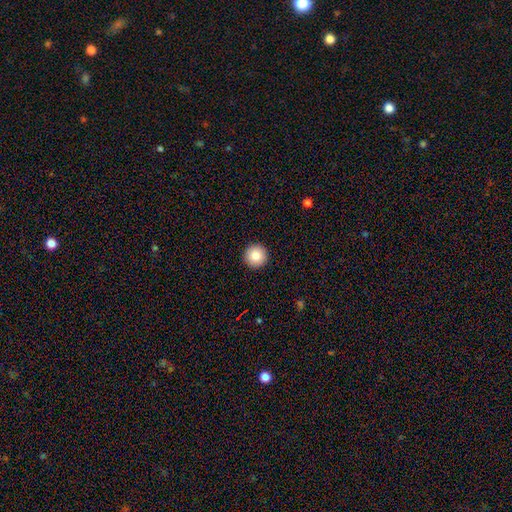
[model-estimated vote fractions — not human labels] This appears to be a smooth galaxy with no disk features (85%) that is round (97%). Merging: none (93%).